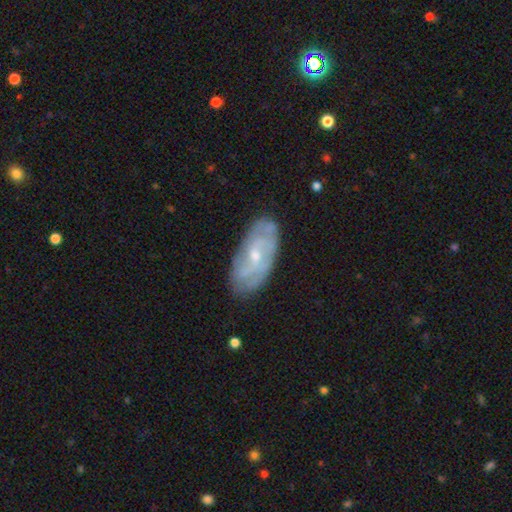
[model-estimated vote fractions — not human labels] A featured or disk galaxy (71%) with no bar (59%), tight (50%) spiral arms (80%) and a small central bulge (60%). Merging: none (75%).